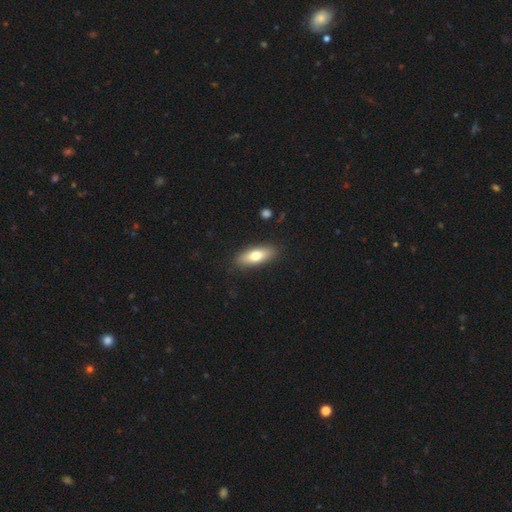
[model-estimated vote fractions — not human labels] smooth 70%, featured or disk 24%, star or artifact 6%. Down the decision tree: how rounded — in between (66%); merging — none (87%).